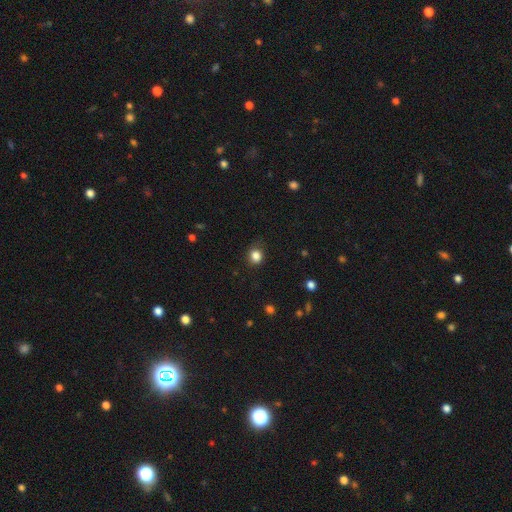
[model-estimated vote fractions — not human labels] This appears to be a smooth galaxy with no disk features (84%) that is round (77%). Merging: none (78%).